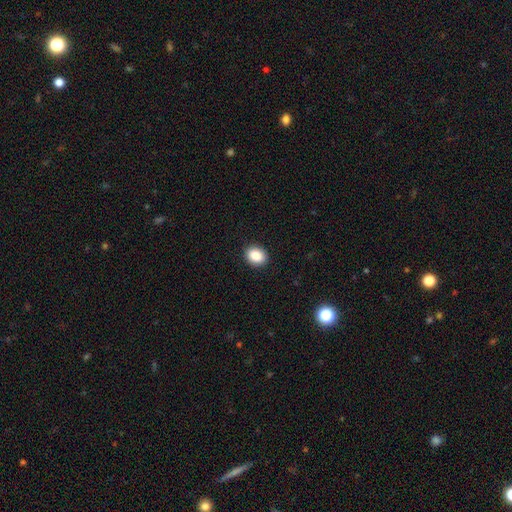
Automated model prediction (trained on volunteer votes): Smooth or featured? Predicted: smooth (p=0.90). How rounded? Predicted: in between (p=0.54). Merging? Predicted: none (p=0.90).